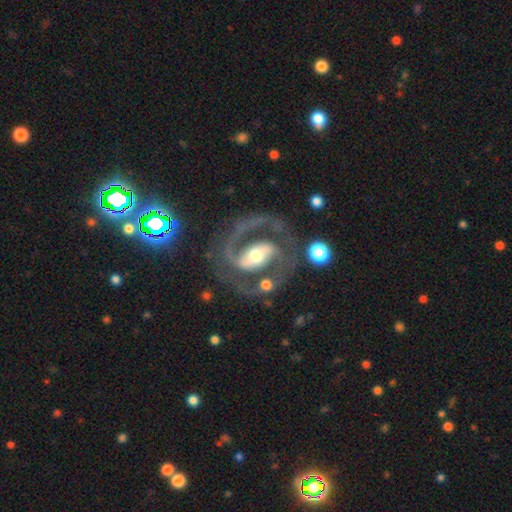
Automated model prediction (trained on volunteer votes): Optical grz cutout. It shows a featured or disk galaxy (90%) with a strong bar (52%), 2 (91%) medium (62%) spiral arms (96%) and a moderate central bulge (63%). Merging: none (67%).